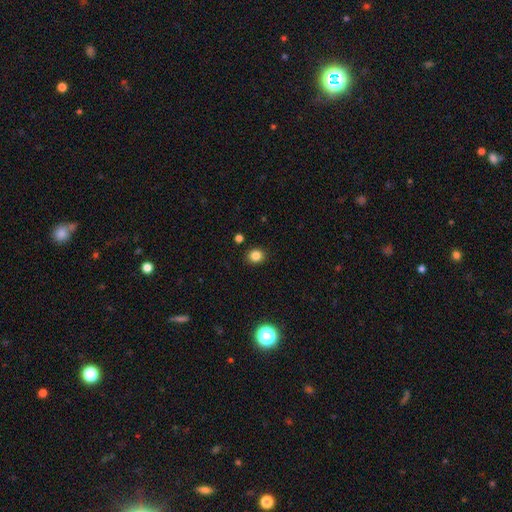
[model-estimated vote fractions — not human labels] Overall: smooth (83%). How rounded: round (77%). Merging: none (90%).